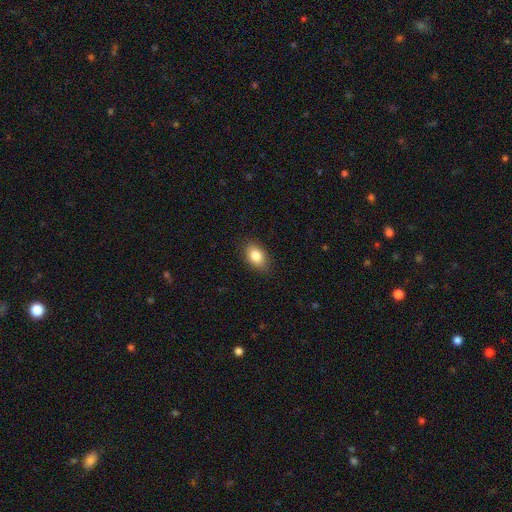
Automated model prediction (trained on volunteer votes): Overall: smooth (84%). How rounded: in between (85%). Merging: none (84%).